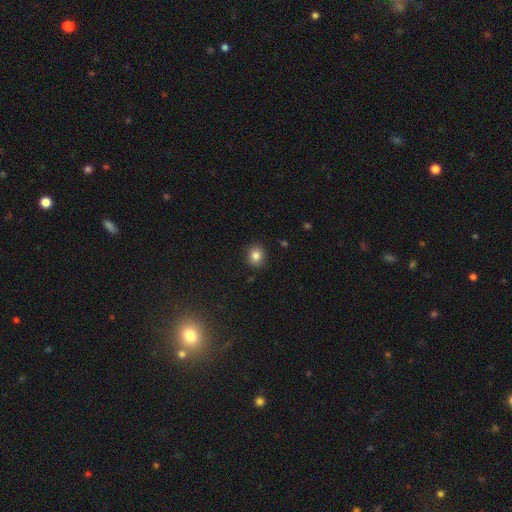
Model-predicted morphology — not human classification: smooth_or_featured: smooth (p=0.84) [alt: star or artifact p=0.10]
how_rounded: round (p=0.74) [alt: in between p=0.25]
merging: none (p=0.89) [alt: minor disturbance p=0.08]